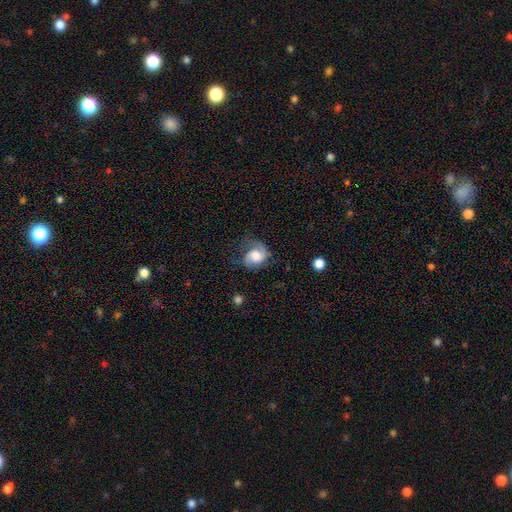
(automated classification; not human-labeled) smooth-or-featured: featured or disk: 57% | smooth: 35% | star or artifact: 8%
  disk-edge-on: no: 98% | yes: 2%
    bar: no: 62% | weak: 31% | strong: 6%
    has-spiral-arms: yes: 90% | no: 10%
      spiral-winding: medium: 44% | loose: 29% | tight: 27%
      spiral-arm-count: 2: 68% | 1: 21% | can't tell: 8% | 3: 2% | 4: 1% | more than 4: 1%
    bulge-size: large: 41% | moderate: 32% | small: 11% | dominant: 8% | none: 8%
  merging: none: 51% | minor disturbance: 27% | major disturbance: 20% | merger: 2%